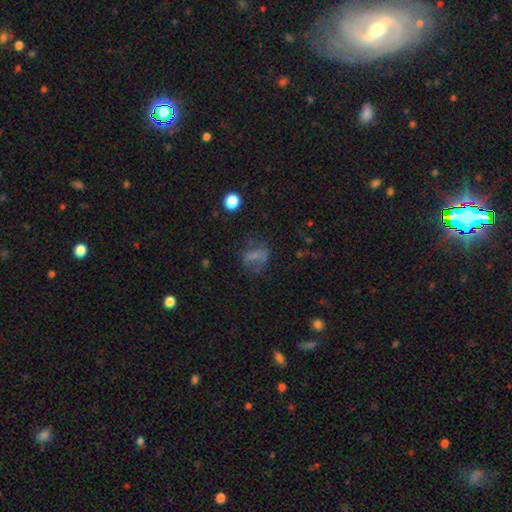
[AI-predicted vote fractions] smooth_or_featured: smooth (p=0.55) [alt: featured or disk p=0.25]
how_rounded: in between (p=0.61) [alt: round p=0.35]
merging: none (p=0.50) [alt: major disturbance p=0.24]